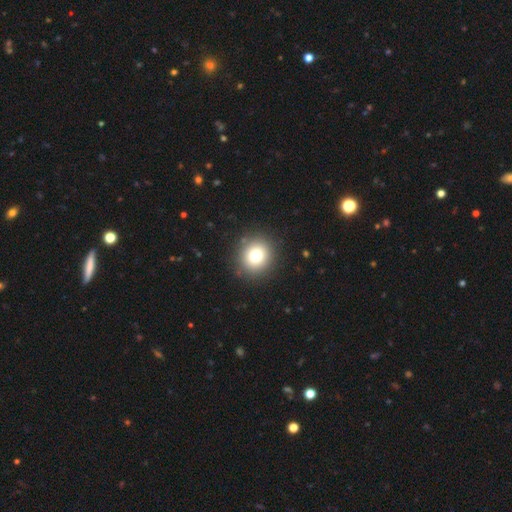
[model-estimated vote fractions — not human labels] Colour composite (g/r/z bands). It shows a smooth galaxy with no disk features (78%) that is round (88%). Merging: none (89%).